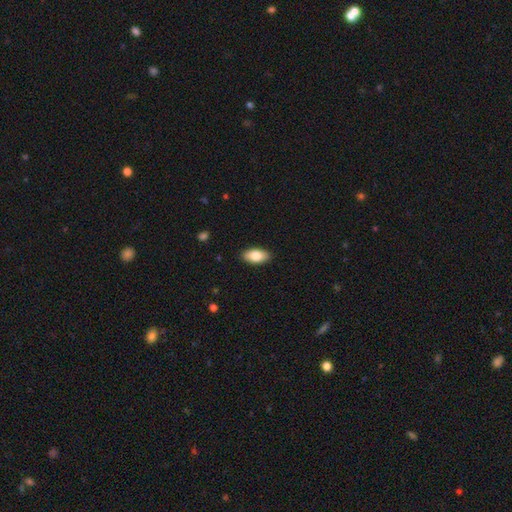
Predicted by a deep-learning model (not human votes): Smooth or featured: smooth — 81% (featured or disk — 12%)
How rounded: in between — 93% (cigar-shaped — 4%)
Merging: none — 90% (minor disturbance — 8%)